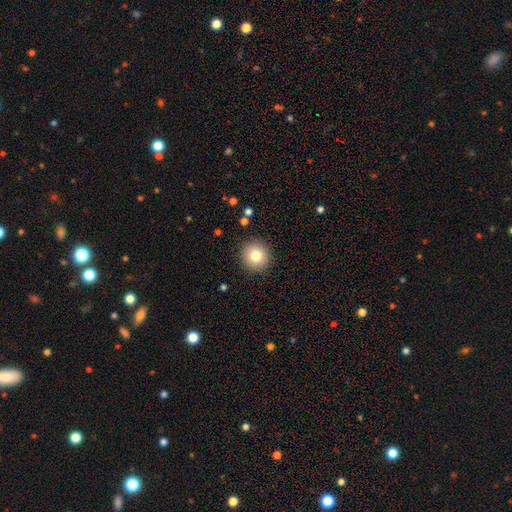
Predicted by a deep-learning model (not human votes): This appears to be a smooth galaxy with no disk features (80%) that is round (94%). Merging: none (91%).